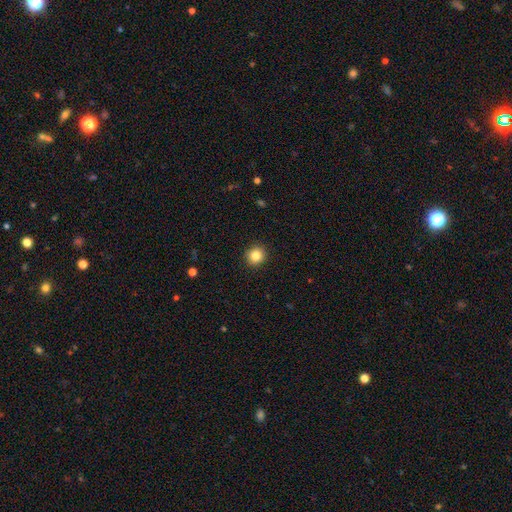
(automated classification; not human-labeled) smooth_or_featured: smooth (p=0.84) [alt: star or artifact p=0.10]
how_rounded: round (p=0.92) [alt: in between p=0.07]
merging: none (p=0.92) [alt: minor disturbance p=0.05]